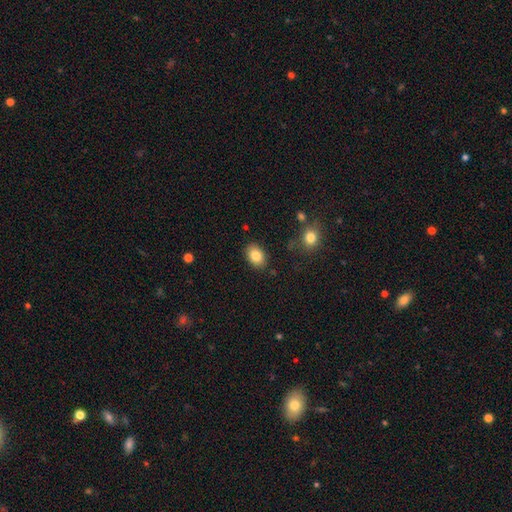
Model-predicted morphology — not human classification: smooth-or-featured: smooth: 83% | featured or disk: 9% | star or artifact: 8%
  how-rounded: in between: 79% | round: 20% | cigar-shaped: 1%
  merging: none: 87% | minor disturbance: 9% | major disturbance: 2% | merger: 2%